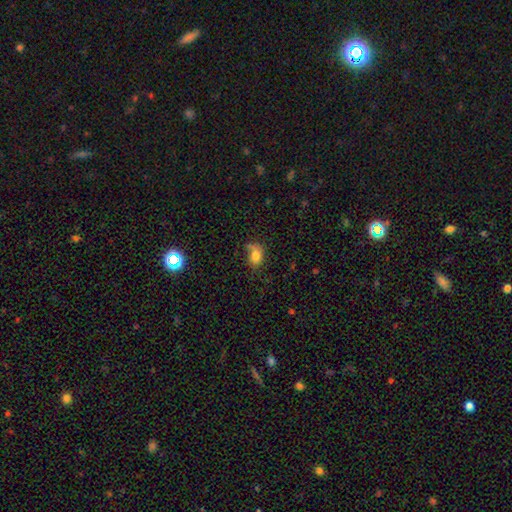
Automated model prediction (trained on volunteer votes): Smooth or featured: smooth — 76% (featured or disk — 13%)
How rounded: in between — 70% (round — 28%)
Merging: none — 45% (minor disturbance — 27%)